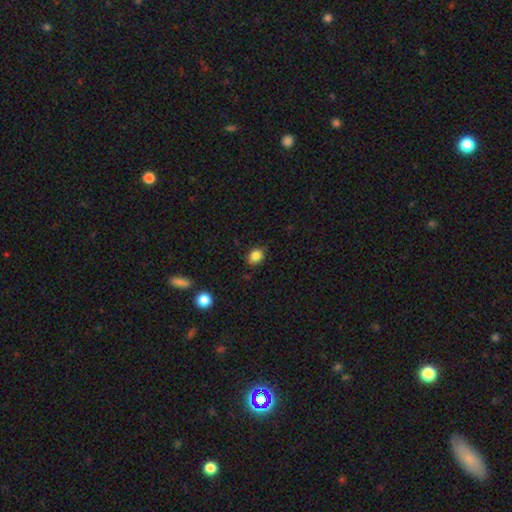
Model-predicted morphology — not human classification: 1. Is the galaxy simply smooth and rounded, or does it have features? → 85% smooth, 11% star or artifact, 5% featured or disk.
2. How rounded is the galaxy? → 60% round, 39% in between, 1% cigar-shaped.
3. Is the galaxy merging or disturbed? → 82% none, 14% minor disturbance, 3% major disturbance, 2% merger.